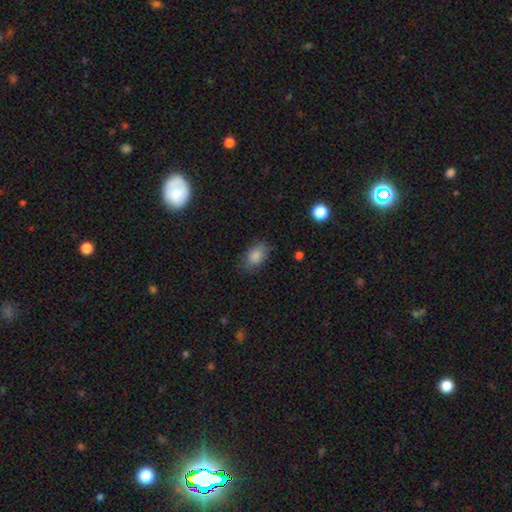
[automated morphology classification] A smooth galaxy with no disk features (86%) that is in between round and cigar-shaped (86%).

Vote fractions:
- Smooth or featured? smooth: 86% / star or artifact: 9% / featured or disk: 6%
- How rounded? in between: 86% / round: 12% / cigar-shaped: 2%
- Merging? none: 78% / minor disturbance: 17% / major disturbance: 4% / merger: 1%